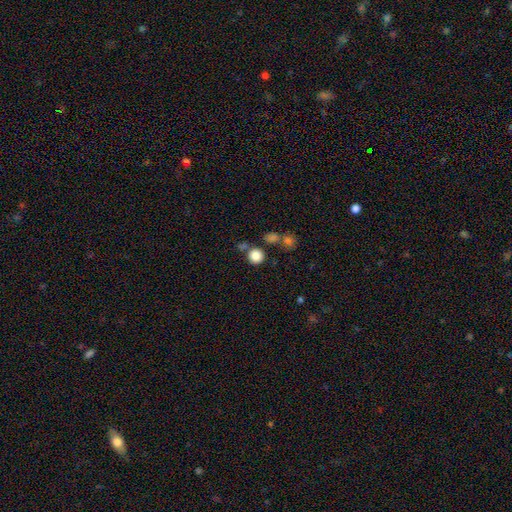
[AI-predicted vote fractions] A smooth galaxy with no disk features (84%) that is round (93%). Merging: none (74%).